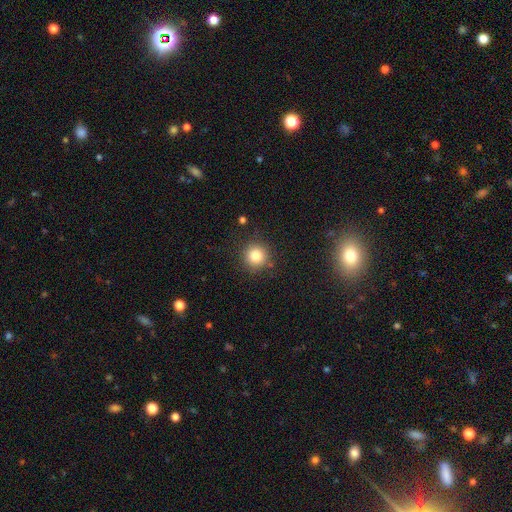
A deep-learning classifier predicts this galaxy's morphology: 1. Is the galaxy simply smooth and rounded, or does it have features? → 82% smooth, 12% star or artifact, 6% featured or disk.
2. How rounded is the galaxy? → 94% round, 5% in between, 1% cigar-shaped.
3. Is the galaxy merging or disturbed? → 86% none, 9% minor disturbance, 3% major disturbance, 2% merger.